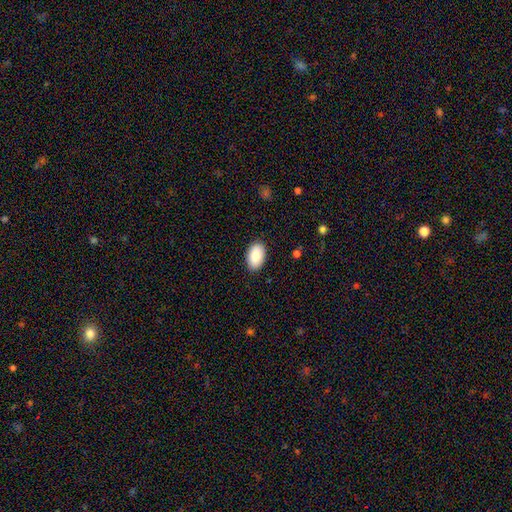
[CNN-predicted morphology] Smooth or featured? smooth (88%)
How rounded? in between (94%)
Merging? none (89%)